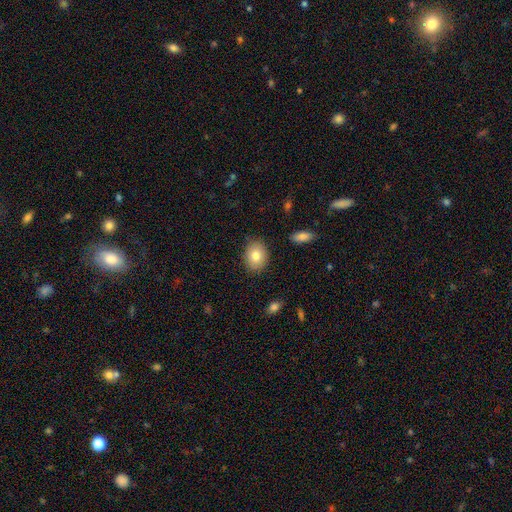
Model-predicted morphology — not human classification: Smooth or featured: smooth — 79% (featured or disk — 13%)
How rounded: in between — 60% (round — 39%)
Merging: none — 85% (minor disturbance — 11%)